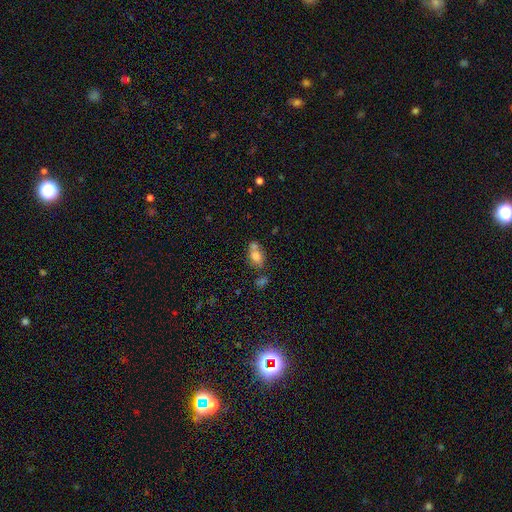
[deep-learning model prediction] Smooth or featured: smooth — 71% (featured or disk — 16%)
How rounded: in between — 76% (round — 20%)
Merging: none — 42% (merger — 37%)